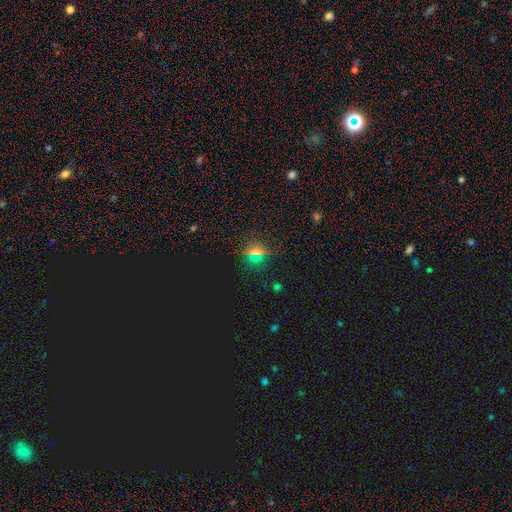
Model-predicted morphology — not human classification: smooth-or-featured: smooth: 46% | star or artifact: 44% | featured or disk: 9%
  merging: none: 86% | minor disturbance: 8% | major disturbance: 4% | merger: 2%